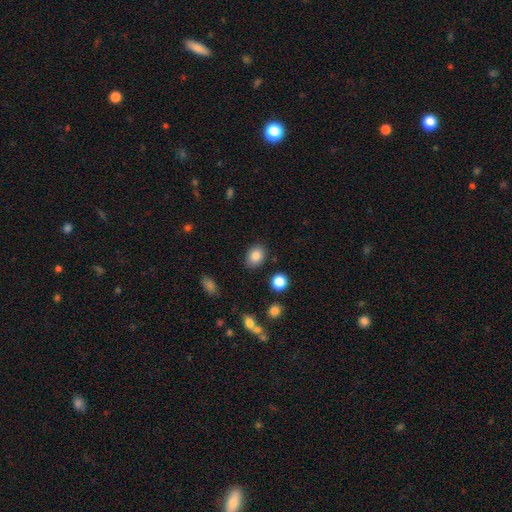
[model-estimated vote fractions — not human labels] The model was most divided on "how rounded": in between: 64%, round: 35%, cigar-shaped: 1%. More confident: merging — none (86%); smooth or featured — smooth (85%).